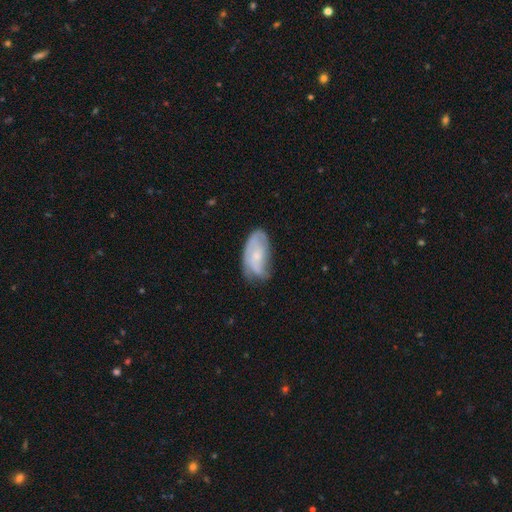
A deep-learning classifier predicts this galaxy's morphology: Smooth or featured? featured or disk (55%)
Edge-on disk? no (94%)
Bar? no (74%)
Spiral arms? yes (74%)
Bulge size? small (56%)
Merging? none (50%)